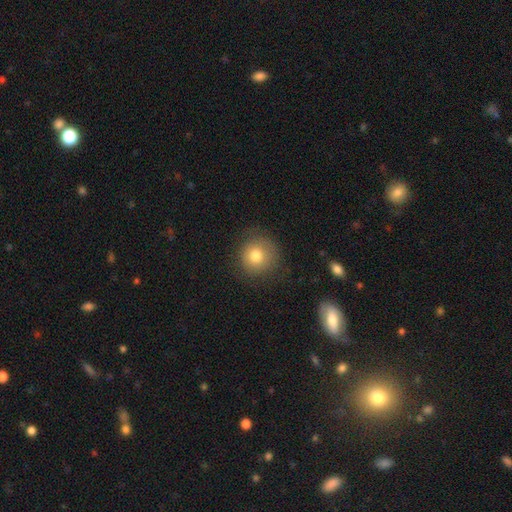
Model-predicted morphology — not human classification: A smooth galaxy with no disk features (77%) that is round (91%). Merging: none (81%).